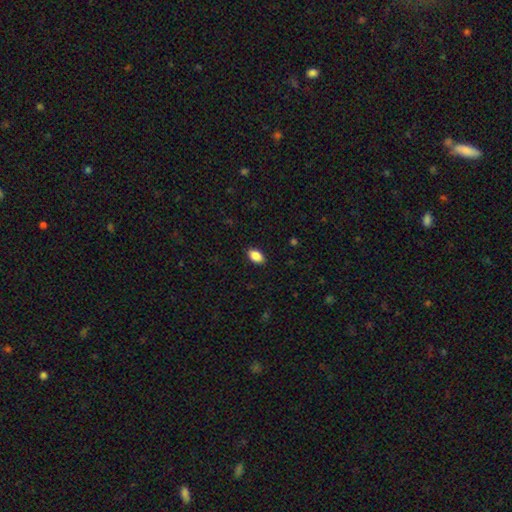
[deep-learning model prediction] smooth-or-featured: smooth: 88% | star or artifact: 8% | featured or disk: 4%
  how-rounded: in between: 91% | round: 7% | cigar-shaped: 2%
  merging: none: 88% | minor disturbance: 9% | major disturbance: 2% | merger: 1%